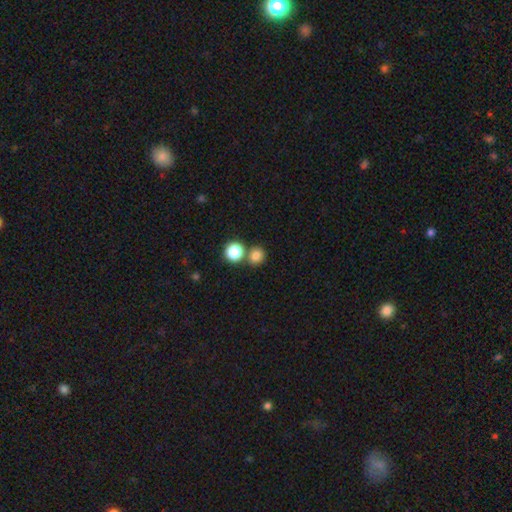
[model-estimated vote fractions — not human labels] Smooth or featured? smooth (82%)
How rounded? round (82%)
Merging? none (62%)